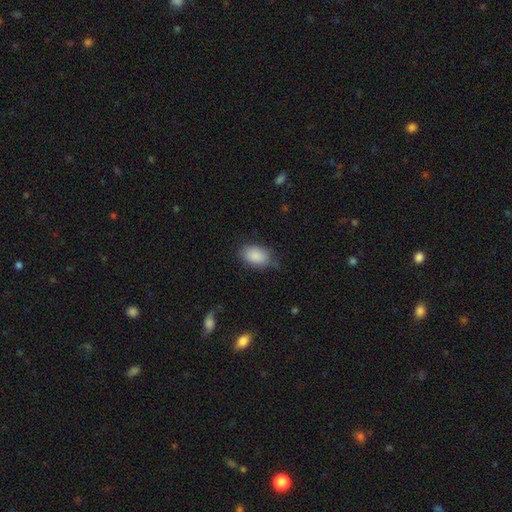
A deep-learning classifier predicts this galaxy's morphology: A smooth galaxy with no disk features (88%) that is in between round and cigar-shaped (90%).

Vote fractions:
- Smooth or featured? smooth: 88% / star or artifact: 7% / featured or disk: 5%
- How rounded? in between: 90% / round: 8% / cigar-shaped: 1%
- Merging? none: 72% / minor disturbance: 21% / major disturbance: 5% / merger: 1%